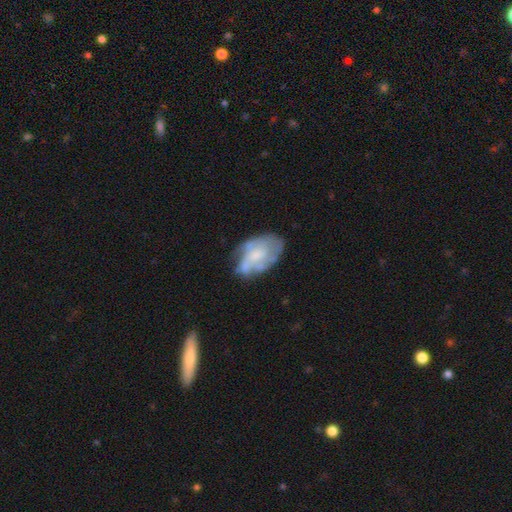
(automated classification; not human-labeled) Q: Smooth or featured?
A: featured or disk (61%); runner-up: smooth (32%)
Q: Edge-on disk?
A: no (97%); runner-up: yes (3%)
Q: Bar?
A: no (69%); runner-up: weak (26%)
Q: Spiral arms?
A: yes (59%); runner-up: no (41%)
Q: Bulge size?
A: small (38%); runner-up: moderate (33%)
Q: Merging?
A: none (52%); runner-up: minor disturbance (29%)